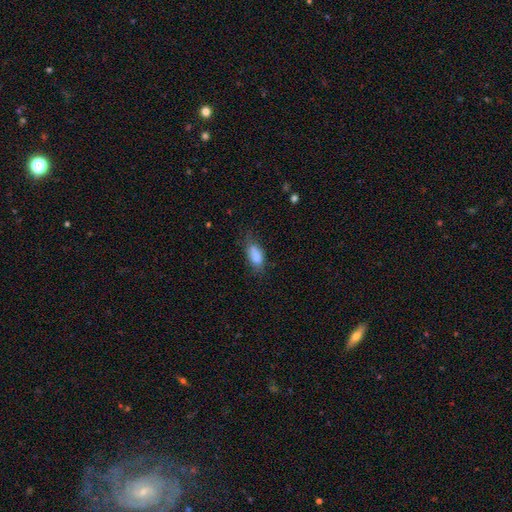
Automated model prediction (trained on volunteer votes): Q: Smooth or featured?
A: smooth (84%); runner-up: featured or disk (8%)
Q: How rounded?
A: in between (87%); runner-up: cigar-shaped (10%)
Q: Merging?
A: none (58%); runner-up: minor disturbance (29%)